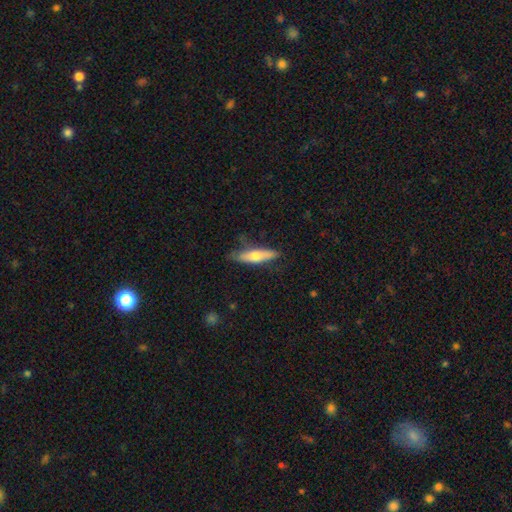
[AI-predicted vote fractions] smooth 60%, featured or disk 35%, star or artifact 6%. Down the decision tree: how rounded — cigar-shaped (71%); merging — none (74%).